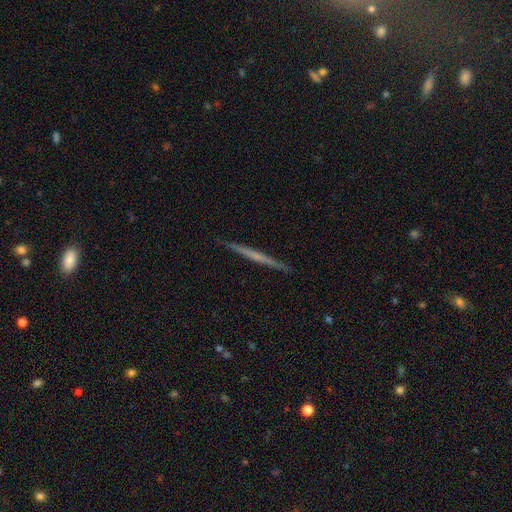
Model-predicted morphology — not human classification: smooth_or_featured: featured or disk (p=0.61) [alt: smooth p=0.33]
disk_edge_on: yes (p=0.98) [alt: no p=0.02]
edge_on_bulge: none (p=0.78) [alt: rounded p=0.16]
merging: none (p=0.92) [alt: minor disturbance p=0.06]